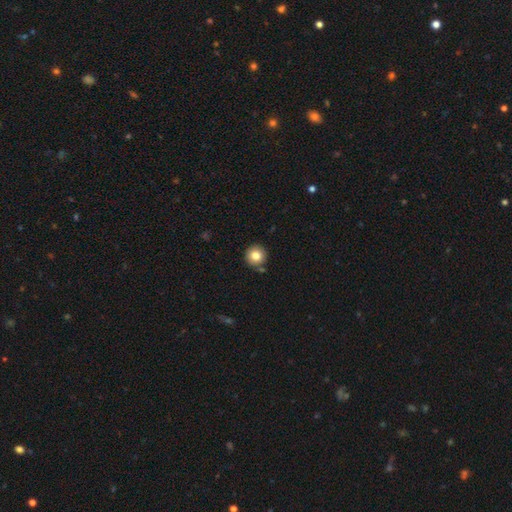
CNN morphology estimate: This is clearly a smooth galaxy (81%). How rounded: clearly round (95%). Merging: clearly none (84%).